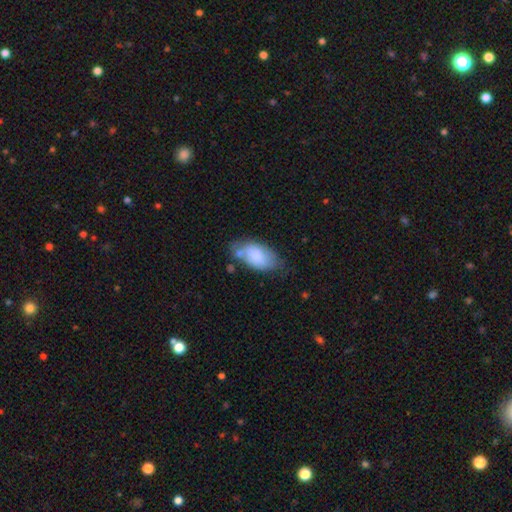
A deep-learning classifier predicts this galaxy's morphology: A smooth galaxy with no disk features (80%) that is in between round and cigar-shaped (94%). Merging: none (49%).